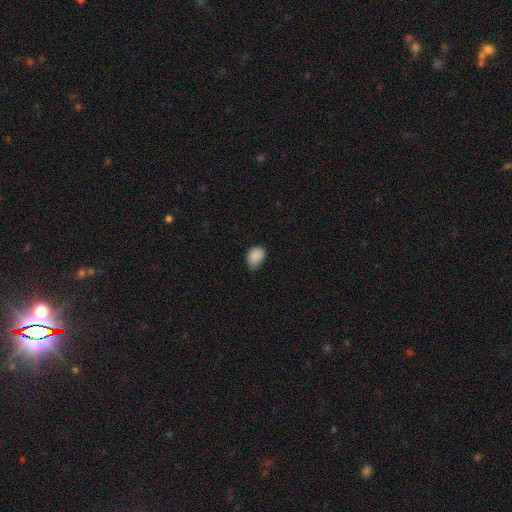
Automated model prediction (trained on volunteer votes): Morphology: type=smooth (88%); roundness=in between (61%); merging=none (64%).